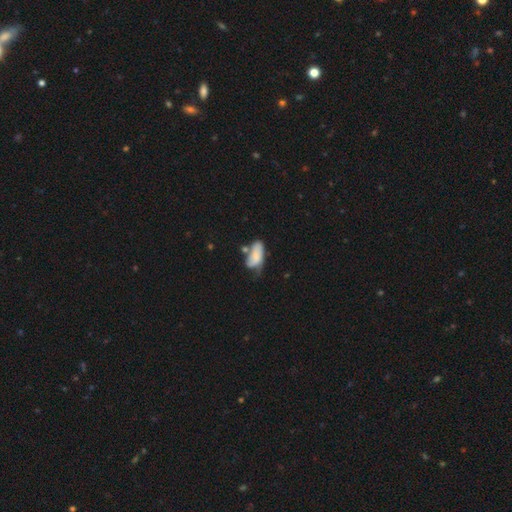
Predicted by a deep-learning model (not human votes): Q: Smooth or featured?
A: smooth (68%); runner-up: featured or disk (24%)
Q: How rounded?
A: in between (88%); runner-up: cigar-shaped (9%)
Q: Merging?
A: minor disturbance (32%); runner-up: none (28%)